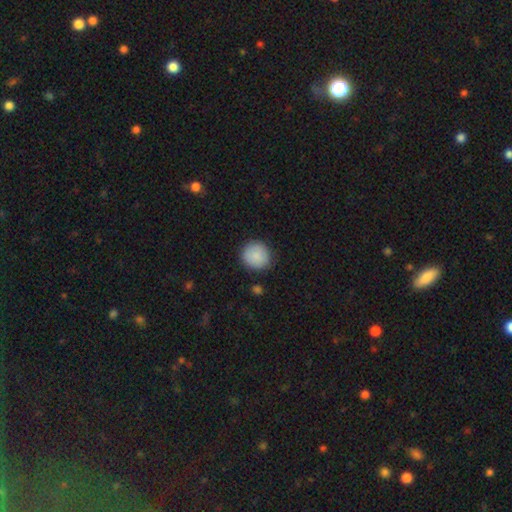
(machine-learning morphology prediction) smooth_or_featured: smooth (p=0.88) [alt: star or artifact p=0.07]
how_rounded: round (p=0.92) [alt: in between p=0.07]
merging: none (p=0.87) [alt: minor disturbance p=0.09]